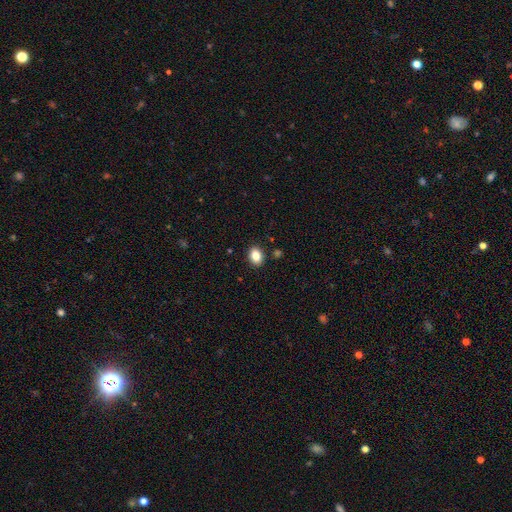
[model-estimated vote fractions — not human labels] Morphology: type=smooth (85%); roundness=in between (70%); merging=none (88%).